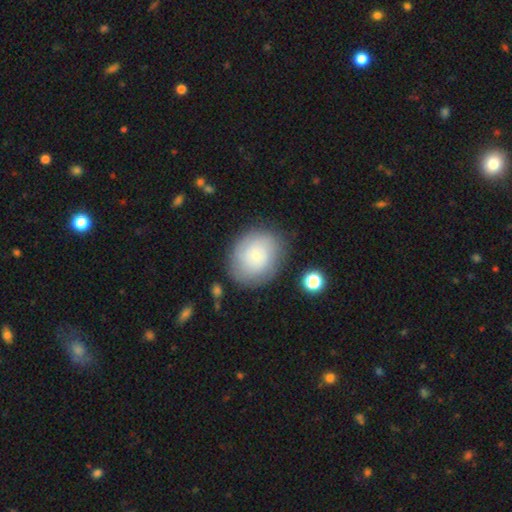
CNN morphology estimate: smooth_or_featured: smooth (p=0.58) [alt: featured or disk p=0.34]
how_rounded: round (p=0.62) [alt: in between p=0.37]
merging: none (p=0.76) [alt: minor disturbance p=0.15]